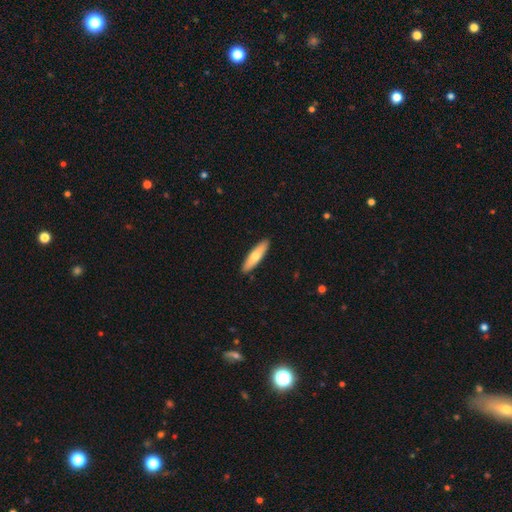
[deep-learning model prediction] Smooth or featured? smooth (68%)
How rounded? cigar-shaped (73%)
Merging? none (91%)